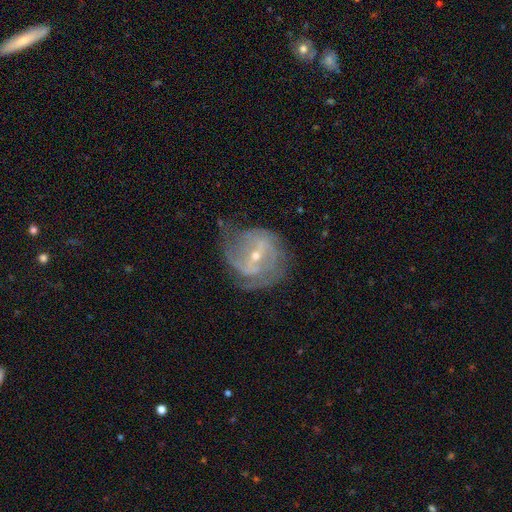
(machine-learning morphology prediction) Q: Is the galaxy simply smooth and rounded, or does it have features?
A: featured or disk — 83%.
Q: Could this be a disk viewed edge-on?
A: no — 96%.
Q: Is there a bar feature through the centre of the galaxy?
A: weak — 44%.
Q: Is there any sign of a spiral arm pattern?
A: yes — 91%.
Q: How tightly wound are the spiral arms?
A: medium — 42%.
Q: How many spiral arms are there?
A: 2 — 41%.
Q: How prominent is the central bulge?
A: small — 65%.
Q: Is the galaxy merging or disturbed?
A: none — 58%.